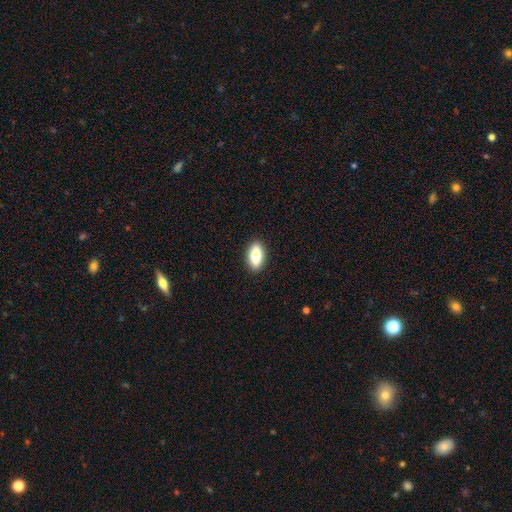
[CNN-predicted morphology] smooth-or-featured: smooth: 76% | featured or disk: 17% | star or artifact: 7%
  how-rounded: in between: 84% | cigar-shaped: 12% | round: 4%
  merging: none: 90% | minor disturbance: 8% | major disturbance: 2% | merger: 1%